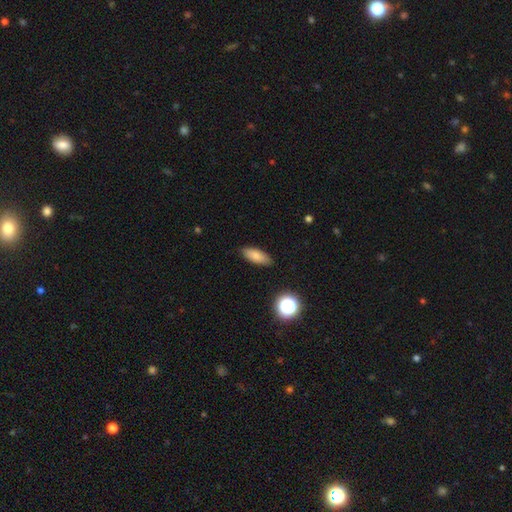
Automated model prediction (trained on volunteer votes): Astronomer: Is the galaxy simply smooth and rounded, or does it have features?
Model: smooth — 80%.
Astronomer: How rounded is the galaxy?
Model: in between — 75%.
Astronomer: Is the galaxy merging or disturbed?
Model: none — 87%.